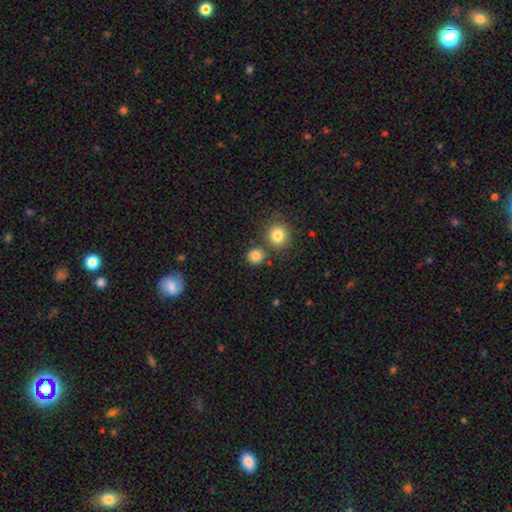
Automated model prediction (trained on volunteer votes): The model was most divided on "merging": none: 77%, merger: 12%, minor disturbance: 8%, major disturbance: 3%. More confident: how rounded — round (87%); smooth or featured — smooth (84%).